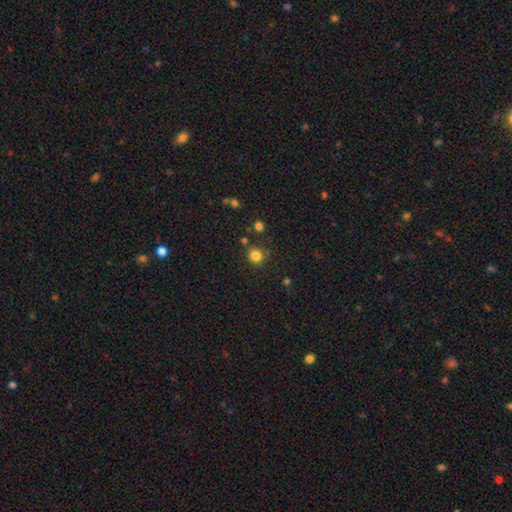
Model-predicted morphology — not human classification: smooth_or_featured: smooth (p=0.82) [alt: star or artifact p=0.13]
how_rounded: round (p=0.89) [alt: in between p=0.10]
merging: none (p=0.79) [alt: minor disturbance p=0.11]